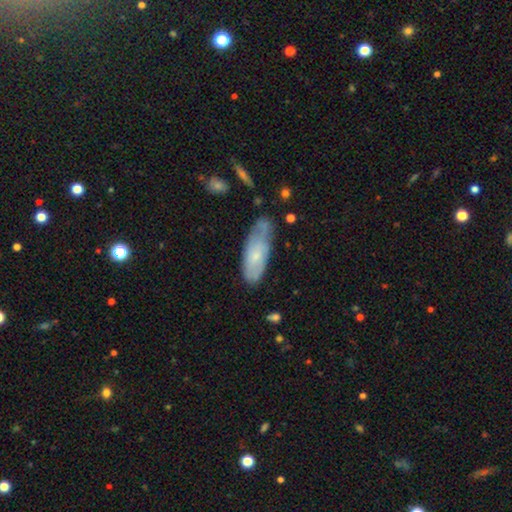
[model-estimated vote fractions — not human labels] A smooth galaxy with no disk features (55%) that is in between round and cigar-shaped (68%). Merging: none (53%).